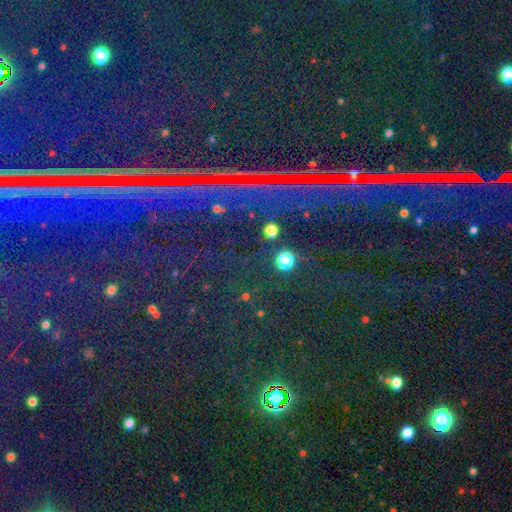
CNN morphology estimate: smooth_or_featured: star or artifact (p=0.83) [alt: smooth p=0.09]